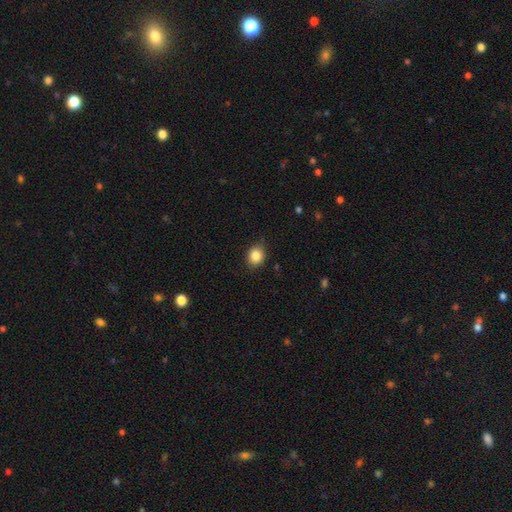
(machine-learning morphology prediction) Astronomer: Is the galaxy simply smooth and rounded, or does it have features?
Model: smooth — 85%.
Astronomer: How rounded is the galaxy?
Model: round — 61% (runner-up: in between, 38%).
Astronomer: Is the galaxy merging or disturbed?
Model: none — 82%.